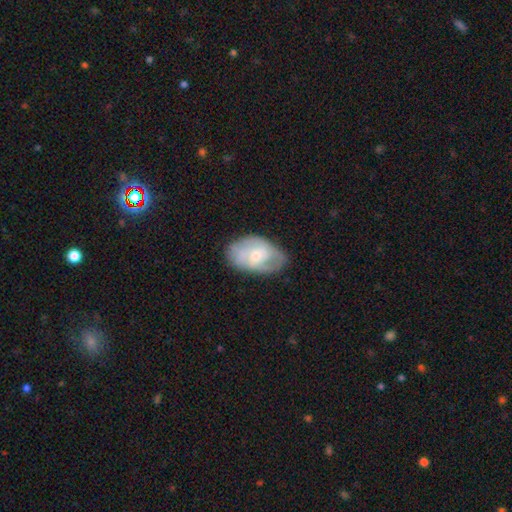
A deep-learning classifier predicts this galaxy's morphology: This is possibly a featured or disk galaxy (58%). It is clearly not viewed edge-on (95%). Bar: likely no (61%). Spiral arm pattern: likely yes (73%). Central bulge: possibly small (49%). Merging: likely none (69%).